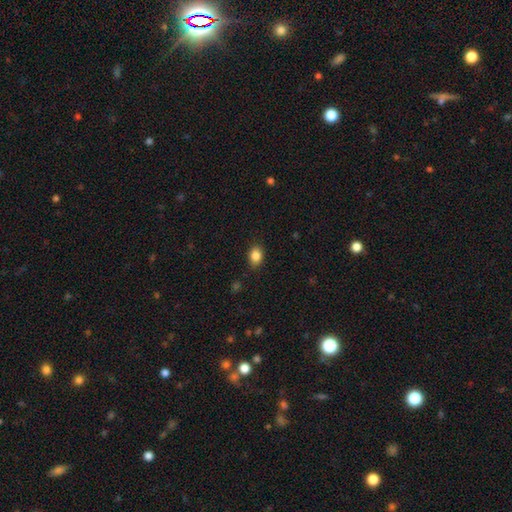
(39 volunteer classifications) Q: Smooth or featured?
A: smooth (87%); runner-up: star or artifact (10%)
Q: How rounded?
A: in between (62%); runner-up: round (38%)
Q: Merging?
A: none (91%); runner-up: minor disturbance (6%)